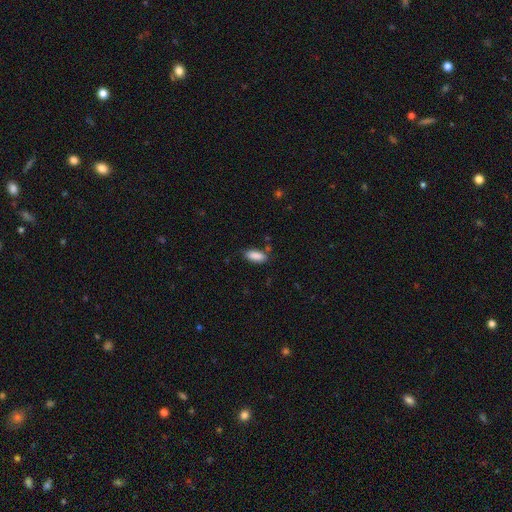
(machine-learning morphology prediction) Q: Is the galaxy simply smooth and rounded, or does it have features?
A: smooth — 89%.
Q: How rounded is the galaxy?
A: in between — 82%.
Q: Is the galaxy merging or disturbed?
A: none — 79%.